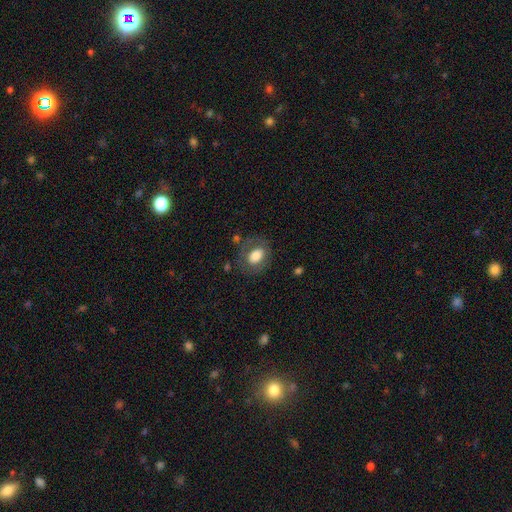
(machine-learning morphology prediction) The model was most divided on "how rounded": in between: 68%, round: 30%, cigar-shaped: 1%. More confident: merging — none (73%); smooth or featured — smooth (71%).